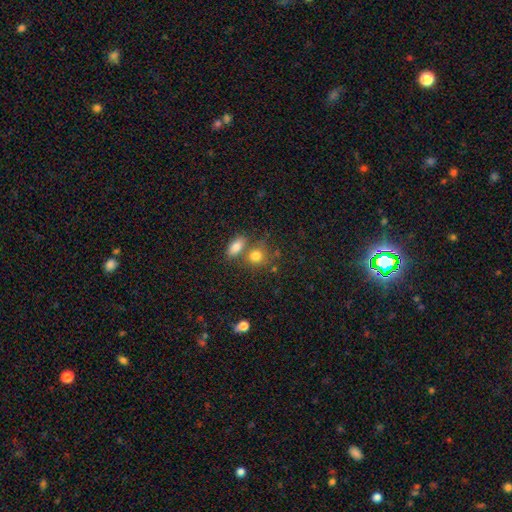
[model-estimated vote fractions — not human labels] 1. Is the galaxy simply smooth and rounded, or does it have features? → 80% smooth, 11% star or artifact, 9% featured or disk.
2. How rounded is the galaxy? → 63% round, 35% in between, 2% cigar-shaped.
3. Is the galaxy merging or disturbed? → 50% none, 35% merger, 10% minor disturbance, 4% major disturbance.